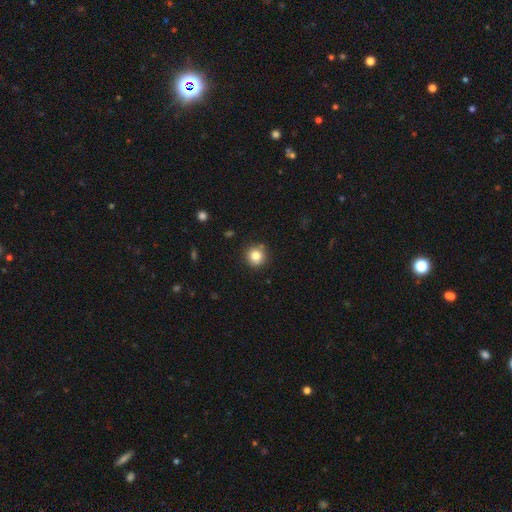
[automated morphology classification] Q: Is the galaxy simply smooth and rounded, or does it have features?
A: smooth — 82%.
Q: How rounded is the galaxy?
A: round — 94%.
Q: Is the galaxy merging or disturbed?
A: none — 88%.